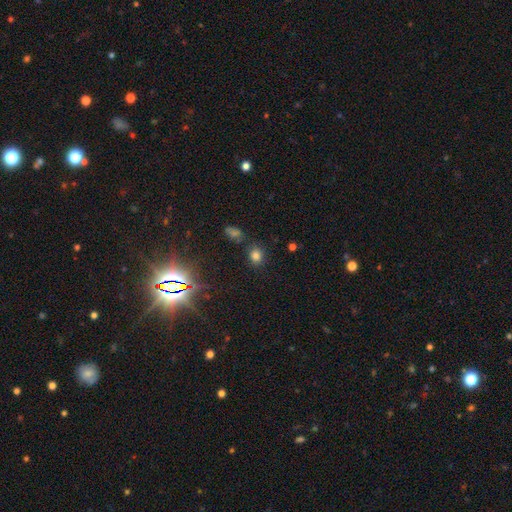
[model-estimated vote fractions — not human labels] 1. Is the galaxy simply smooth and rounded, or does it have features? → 74% smooth, 20% star or artifact, 6% featured or disk.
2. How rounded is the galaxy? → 62% round, 37% in between, 1% cigar-shaped.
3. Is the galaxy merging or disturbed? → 77% none, 12% minor disturbance, 6% merger, 4% major disturbance.